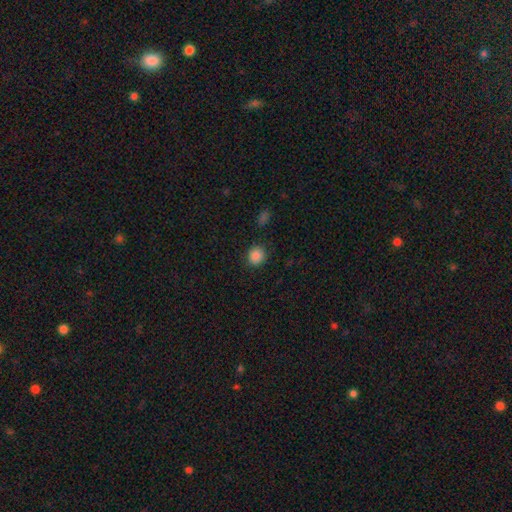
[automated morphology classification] Smooth or featured? Predicted: smooth (p=0.86). How rounded? Predicted: round (p=0.84). Merging? Predicted: none (p=0.88).